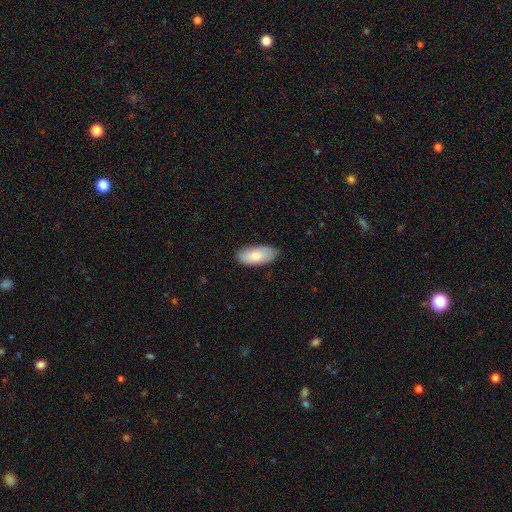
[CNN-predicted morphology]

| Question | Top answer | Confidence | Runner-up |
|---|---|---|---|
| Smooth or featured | smooth | 82% | featured or disk (13%) |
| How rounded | in between | 92% | cigar-shaped (6%) |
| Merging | none | 80% | minor disturbance (16%) |